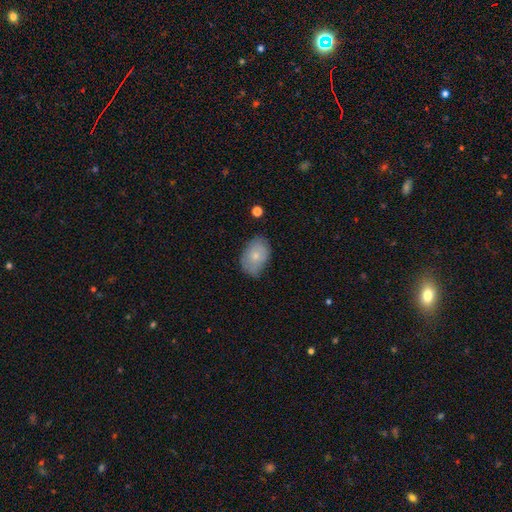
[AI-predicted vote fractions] Smooth or featured? Predicted: smooth (p=0.73). How rounded? Predicted: in between (p=0.84). Merging? Predicted: none (p=0.71).